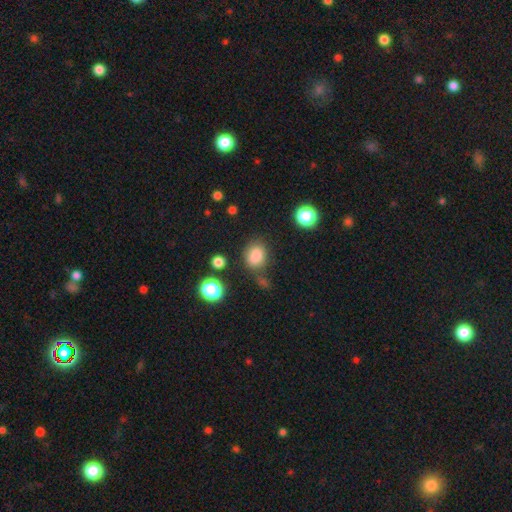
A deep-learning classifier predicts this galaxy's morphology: smooth-or-featured: smooth: 83% | star or artifact: 12% | featured or disk: 6%
  how-rounded: in between: 55% | round: 43% | cigar-shaped: 1%
  merging: none: 67% | minor disturbance: 18% | merger: 8% | major disturbance: 7%